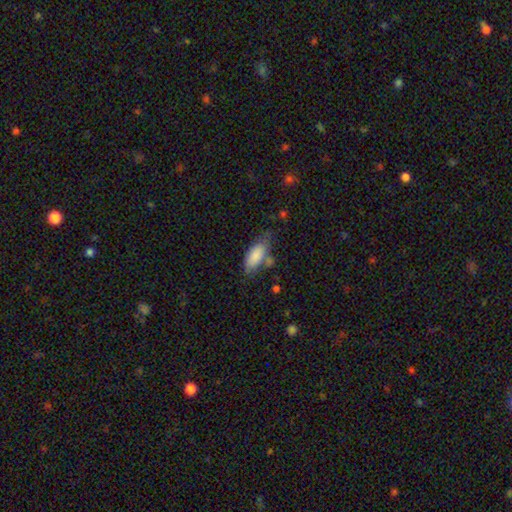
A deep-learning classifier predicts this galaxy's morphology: A smooth galaxy with no disk features (83%) that is in between round and cigar-shaped (85%).

Vote fractions:
- Smooth or featured? smooth: 83% / featured or disk: 10% / star or artifact: 7%
- How rounded? in between: 85% / cigar-shaped: 13% / round: 2%
- Merging? none: 50% / minor disturbance: 29% / merger: 11% / major disturbance: 10%